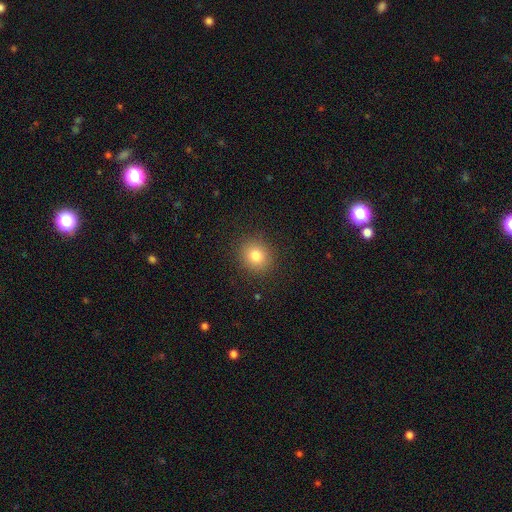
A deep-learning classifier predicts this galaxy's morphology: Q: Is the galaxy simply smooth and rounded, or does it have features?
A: smooth — 81%.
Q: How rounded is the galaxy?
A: round — 85%.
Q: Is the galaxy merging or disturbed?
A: none — 90%.